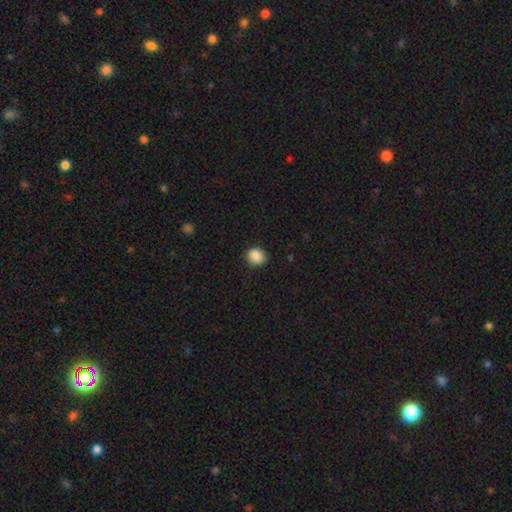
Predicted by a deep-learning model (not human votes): Overall: smooth (89%). How rounded: round (77%). Merging: none (87%).